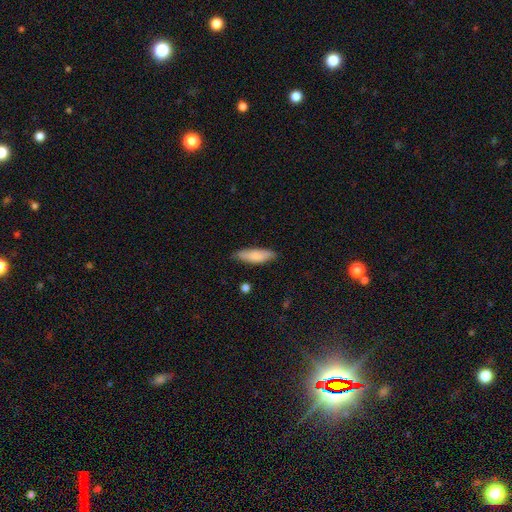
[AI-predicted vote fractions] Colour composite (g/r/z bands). It shows a smooth galaxy with no disk features (80%) that is in between round and cigar-shaped (52%). Merging: none (79%).